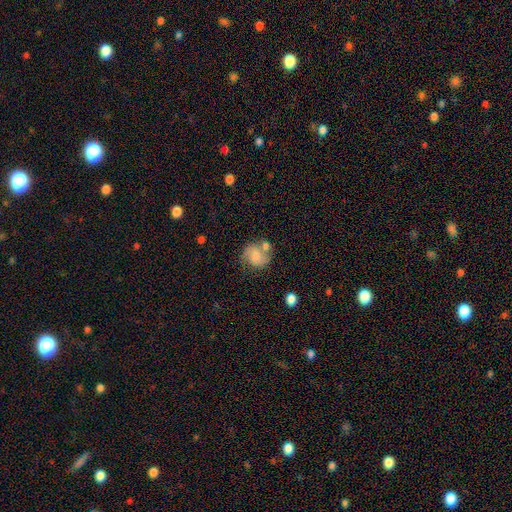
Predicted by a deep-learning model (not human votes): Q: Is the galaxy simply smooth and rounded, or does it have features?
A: smooth — 48%.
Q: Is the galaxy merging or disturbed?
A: none — 52%.